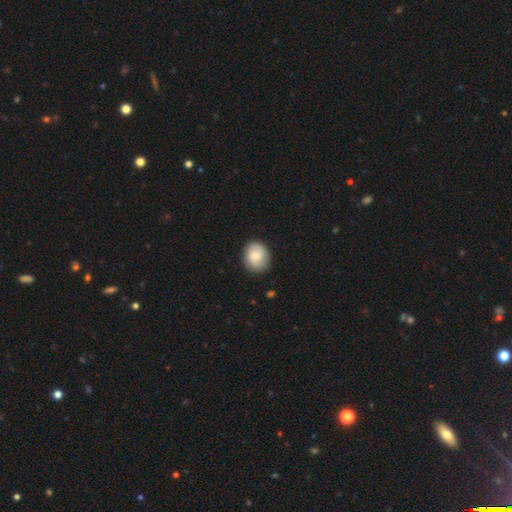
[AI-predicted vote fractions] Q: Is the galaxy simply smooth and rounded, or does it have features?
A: smooth — 74%.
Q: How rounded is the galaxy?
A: round — 62%.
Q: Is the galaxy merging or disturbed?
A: none — 85%.